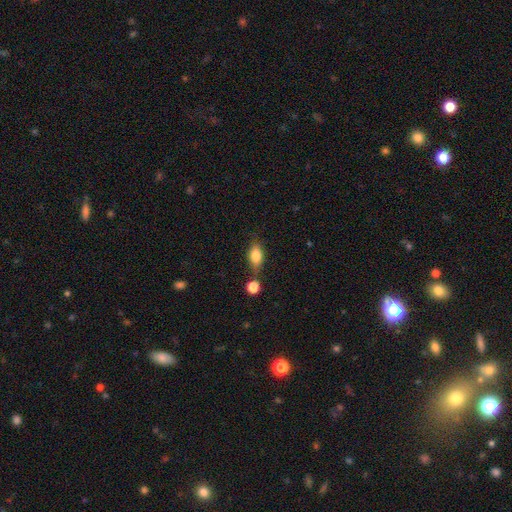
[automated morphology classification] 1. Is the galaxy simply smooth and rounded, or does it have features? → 80% smooth, 12% featured or disk, 8% star or artifact.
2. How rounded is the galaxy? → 83% in between, 10% round, 7% cigar-shaped.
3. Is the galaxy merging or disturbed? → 61% none, 19% minor disturbance, 14% merger, 6% major disturbance.